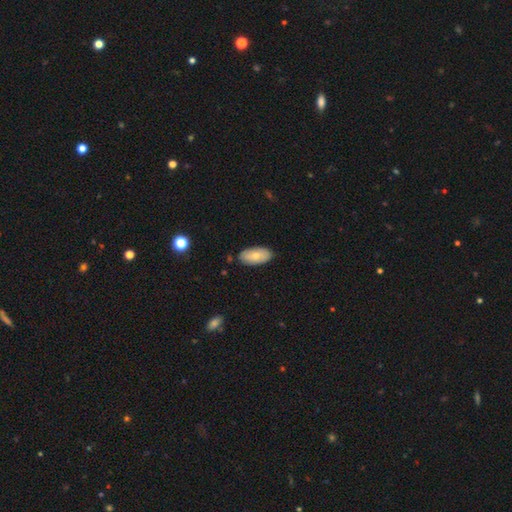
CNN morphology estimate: This appears to be a smooth galaxy with no disk features (71%) that is in between round and cigar-shaped (93%). Merging: none (84%).